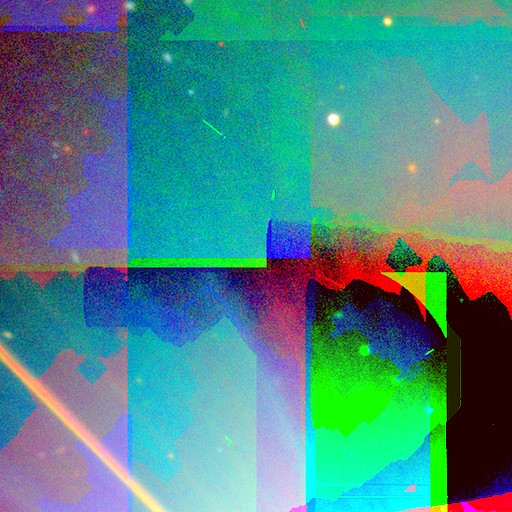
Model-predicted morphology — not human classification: This appears to be a star or artifact, not a galaxy (87%).